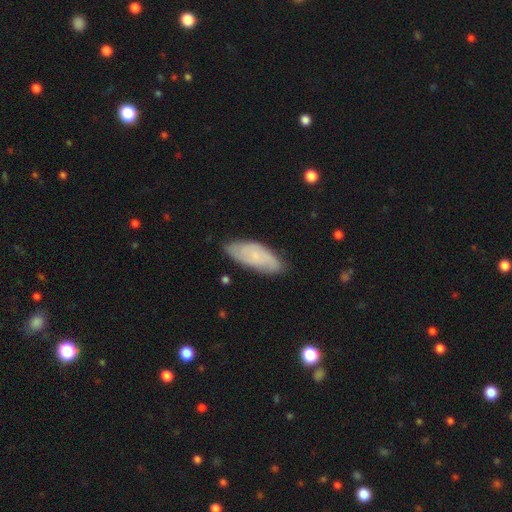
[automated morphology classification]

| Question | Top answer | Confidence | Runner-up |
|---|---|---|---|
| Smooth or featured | smooth | 48% | featured or disk (45%) |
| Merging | none | 76% | minor disturbance (19%) |